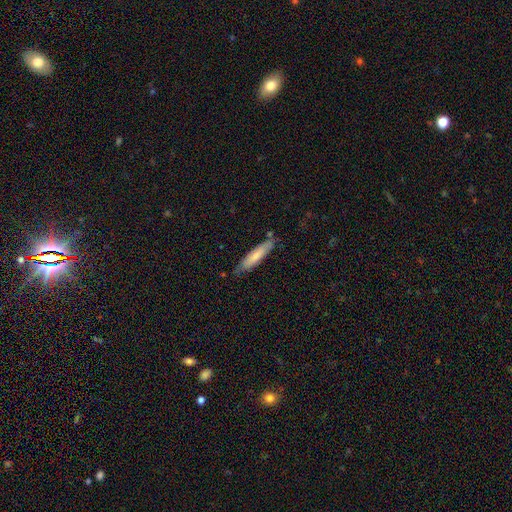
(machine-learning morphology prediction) smooth-or-featured: smooth: 71% | featured or disk: 24% | star or artifact: 6%
  how-rounded: cigar-shaped: 81% | in between: 18% | round: 1%
  merging: none: 75% | minor disturbance: 19% | merger: 4% | major disturbance: 3%